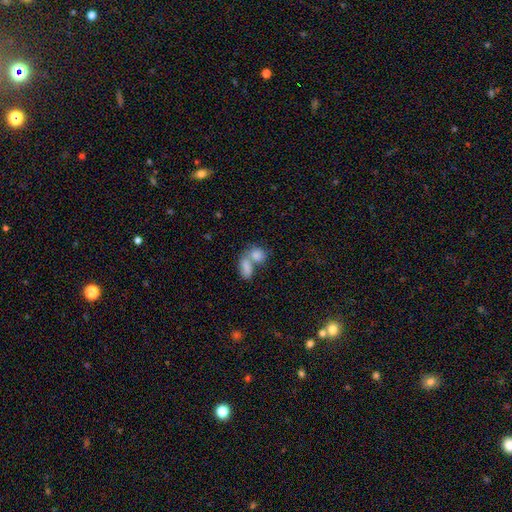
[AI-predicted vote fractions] Q: Smooth or featured?
A: smooth (56%); runner-up: star or artifact (24%)
Q: How rounded?
A: in between (56%); runner-up: round (37%)
Q: Merging?
A: merger (48%); runner-up: none (35%)